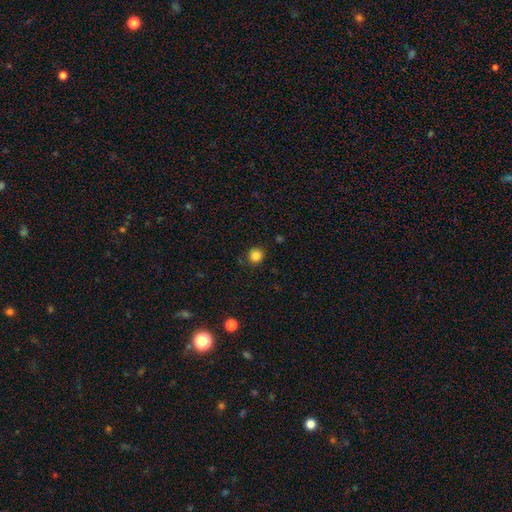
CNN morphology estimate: The model was most divided on "smooth or featured": smooth: 84%, star or artifact: 12%, featured or disk: 4%. More confident: how rounded — round (92%); merging — none (87%).